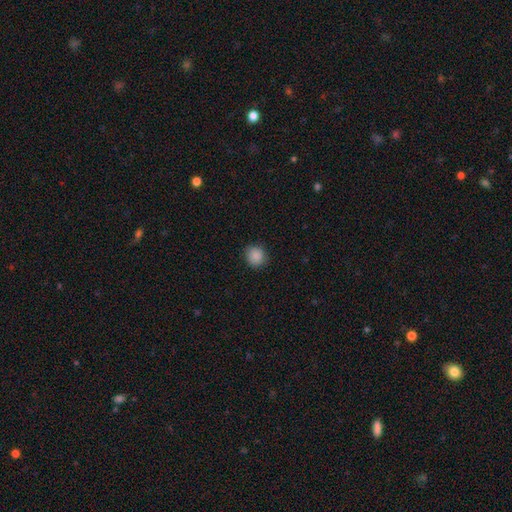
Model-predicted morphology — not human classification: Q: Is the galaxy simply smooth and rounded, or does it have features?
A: smooth — 88%.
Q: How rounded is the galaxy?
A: round — 84%.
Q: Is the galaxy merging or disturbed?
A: none — 88%.